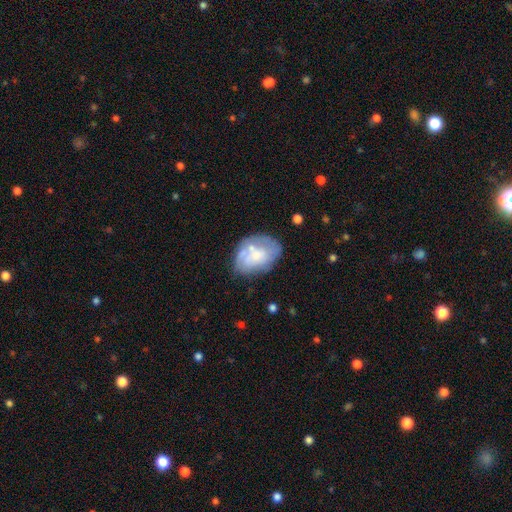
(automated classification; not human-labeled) Overall: smooth (46%; featured or disk 45%). Merging: none (54%; minor disturbance 26%).